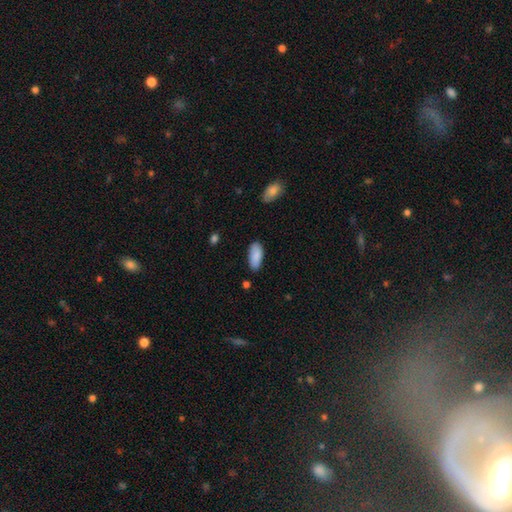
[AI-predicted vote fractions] Smooth or featured: smooth — 88% (featured or disk — 6%)
How rounded: in between — 87% (cigar-shaped — 11%)
Merging: none — 82% (minor disturbance — 13%)